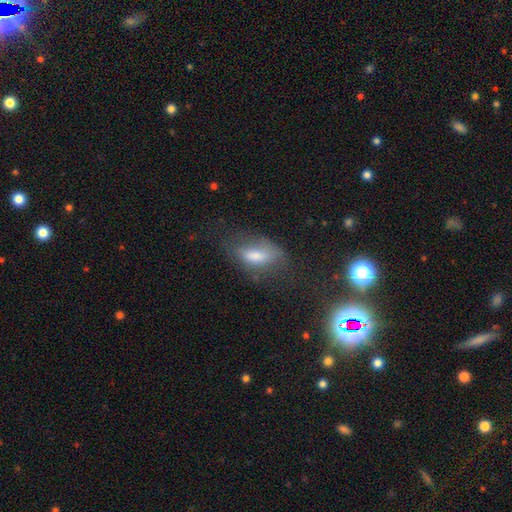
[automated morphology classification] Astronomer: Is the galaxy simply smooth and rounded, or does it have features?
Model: smooth — 62%.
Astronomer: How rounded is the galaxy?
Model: in between — 81%.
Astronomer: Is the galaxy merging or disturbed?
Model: none — 49% (runner-up: minor disturbance, 27%).